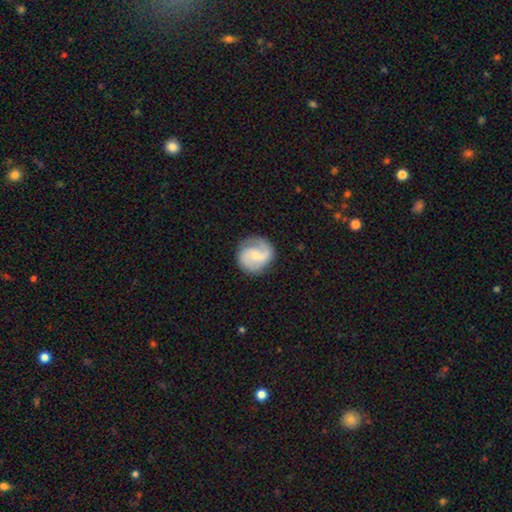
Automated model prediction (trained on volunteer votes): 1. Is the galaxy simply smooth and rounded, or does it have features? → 76% featured or disk, 19% smooth, 5% star or artifact.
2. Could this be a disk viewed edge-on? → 98% no, 2% yes.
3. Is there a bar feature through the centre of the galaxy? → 46% no, 43% weak, 11% strong.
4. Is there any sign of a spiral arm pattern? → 95% yes, 5% no.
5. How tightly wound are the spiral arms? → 50% medium, 26% loose, 24% tight.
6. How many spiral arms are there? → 87% 2, 5% 1, 4% can't tell, 2% 3, 1% 4, 1% more than 4.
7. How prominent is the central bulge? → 63% small, 32% moderate, 3% none, 2% large, 1% dominant.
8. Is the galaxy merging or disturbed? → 83% none, 12% minor disturbance, 4% major disturbance, 1% merger.